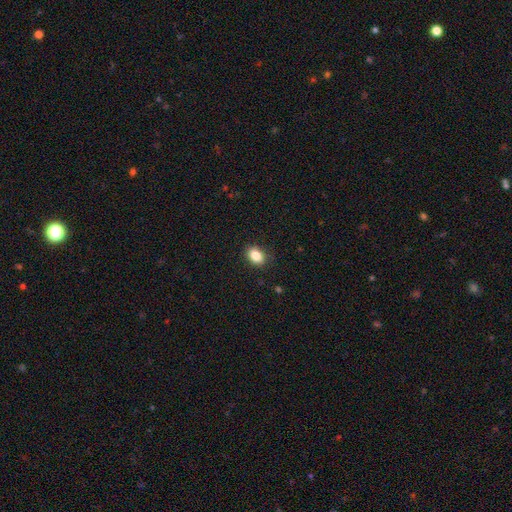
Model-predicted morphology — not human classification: This is clearly a smooth galaxy (86%). How rounded: clearly in between (80%). Merging: clearly none (86%).